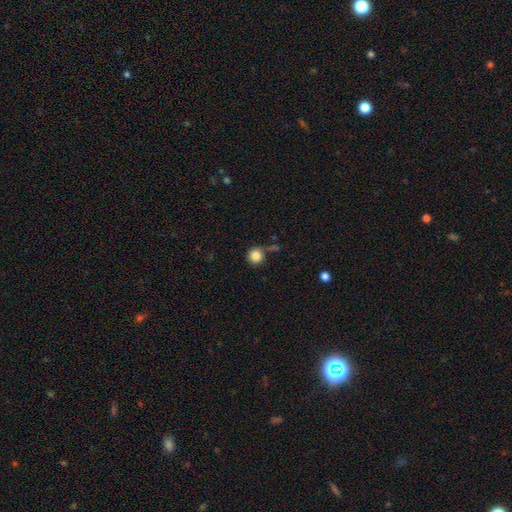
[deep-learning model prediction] This is clearly a smooth galaxy (84%). How rounded: clearly round (94%). Merging: likely none (68%).